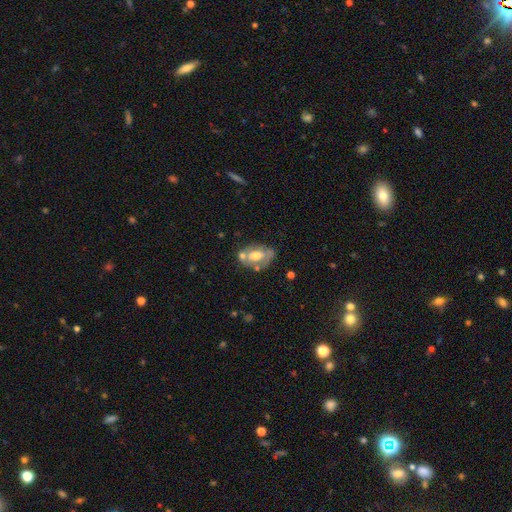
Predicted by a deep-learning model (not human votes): Overall: featured or disk (56%; smooth 37%). Edge-on disk: no (93%). Bar: no (66%). Spiral arms: no (65%; yes 35%). Bulge size: moderate (66%). Merging: none (50%; minor disturbance 22%).